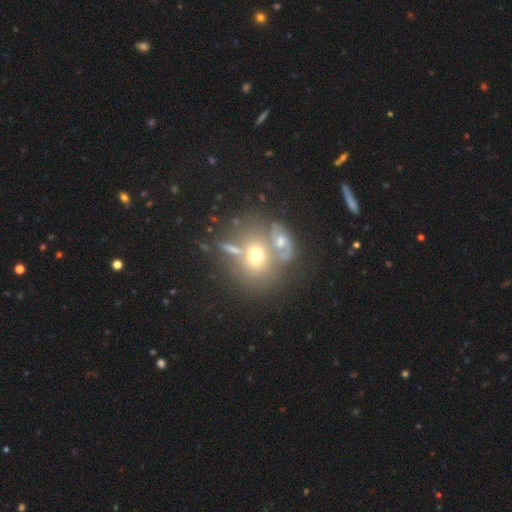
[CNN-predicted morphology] Q: Smooth or featured?
A: smooth (53%); runner-up: featured or disk (31%)
Q: How rounded?
A: round (62%); runner-up: in between (36%)
Q: Merging?
A: merger (46%); runner-up: none (35%)